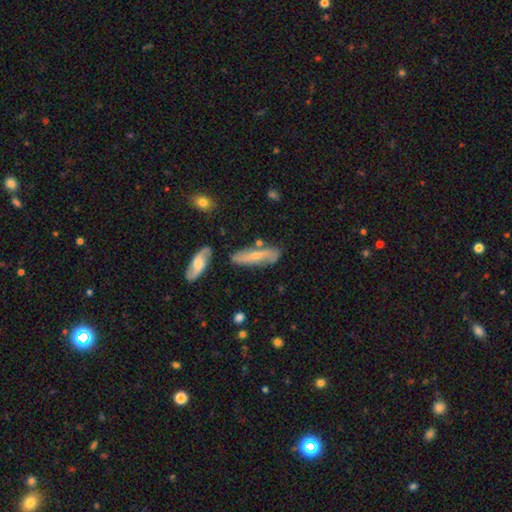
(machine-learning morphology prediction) Smooth or featured? Predicted: featured or disk (p=0.50). Edge-on disk? Predicted: no (p=0.54). Merging? Predicted: none (p=0.71).